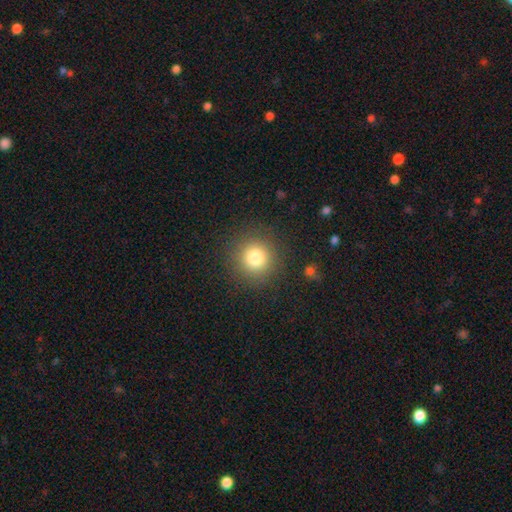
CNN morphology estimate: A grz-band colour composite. It shows a smooth galaxy with no disk features (69%) that is round (96%). Merging: none (93%).